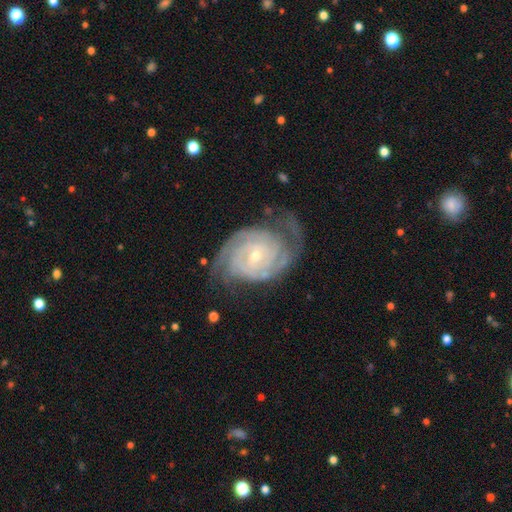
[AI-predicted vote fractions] A featured or disk galaxy (91%) with no bar (62%), 2 (44%) tight (74%) spiral arms (98%) and a small central bulge (72%).

Vote fractions:
- Smooth or featured? featured or disk: 91% / star or artifact: 5% / smooth: 5%
- Edge-on disk? no: 97% / yes: 3%
- Bar? no: 62% / weak: 29% / strong: 9%
- Spiral arms? yes: 98% / no: 2%
- Spiral winding? tight: 74% / medium: 22% / loose: 4%
- Spiral arm count? 2: 44% / can't tell: 18% / 3: 17% / 4: 10% / more than 4: 6% / 1: 5%
- Bulge size? small: 72% / moderate: 25% / large: 1% / none: 1% / dominant: 1%
- Merging? none: 68% / minor disturbance: 20% / major disturbance: 11% / merger: 2%